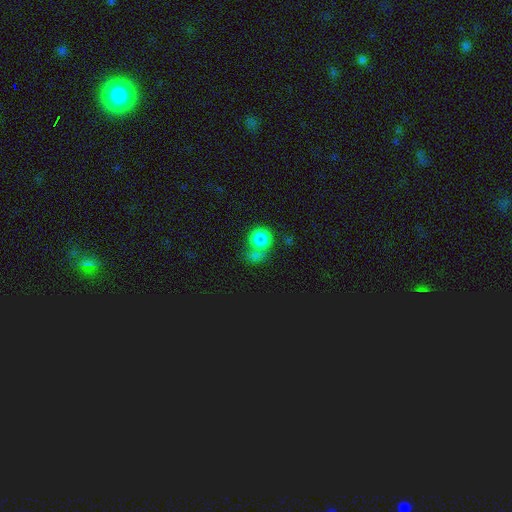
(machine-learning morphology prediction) Overall: smooth (78%). How rounded: round (83%). Merging: none (47%; merger 35%).